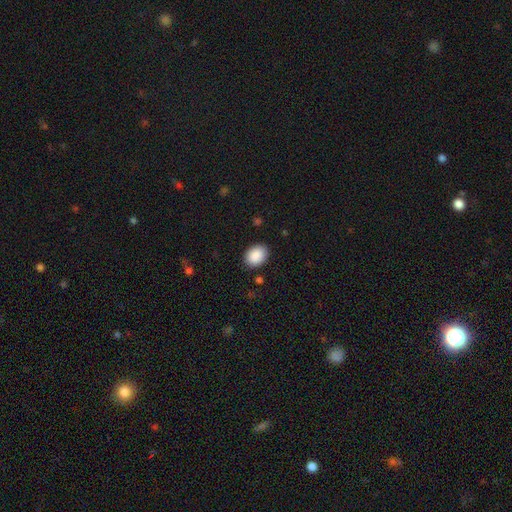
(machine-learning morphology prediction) Smooth or featured? smooth (90%)
How rounded? in between (65%)
Merging? none (87%)